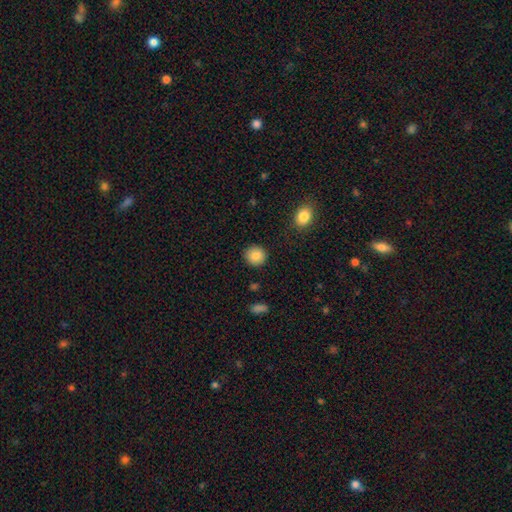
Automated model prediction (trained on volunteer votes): Smooth or featured: smooth — 86% (star or artifact — 9%)
How rounded: round — 90% (in between — 9%)
Merging: none — 90% (minor disturbance — 6%)